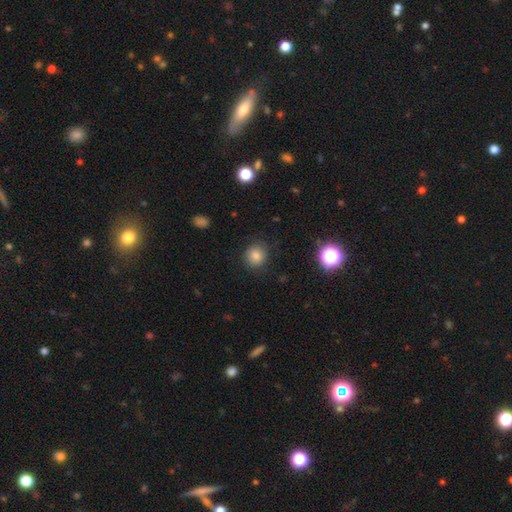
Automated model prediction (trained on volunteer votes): smooth_or_featured: smooth (p=0.82) [alt: star or artifact p=0.12]
how_rounded: round (p=0.85) [alt: in between p=0.14]
merging: none (p=0.86) [alt: minor disturbance p=0.10]